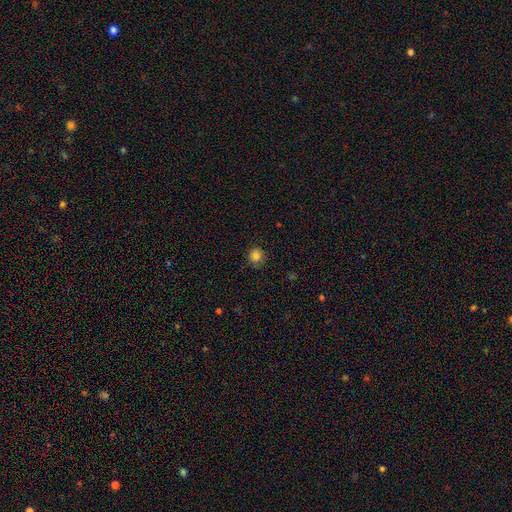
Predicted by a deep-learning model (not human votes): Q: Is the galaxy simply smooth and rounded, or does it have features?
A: smooth — 83%.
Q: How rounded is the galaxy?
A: round — 87%.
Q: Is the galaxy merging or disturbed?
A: none — 85%.